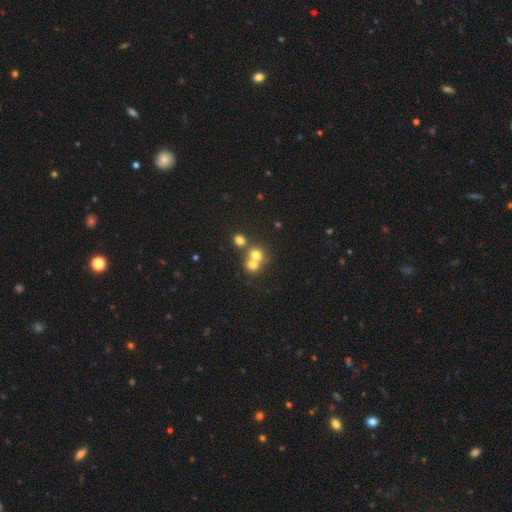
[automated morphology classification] A smooth galaxy with no disk features (70%) that is round (79%). Merging: merger (58%).